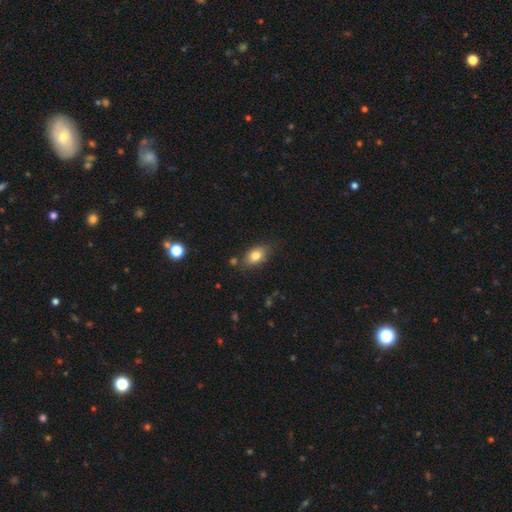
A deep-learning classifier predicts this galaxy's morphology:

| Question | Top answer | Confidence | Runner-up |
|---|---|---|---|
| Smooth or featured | smooth | 80% | featured or disk (10%) |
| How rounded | in between | 82% | round (15%) |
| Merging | none | 73% | minor disturbance (18%) |